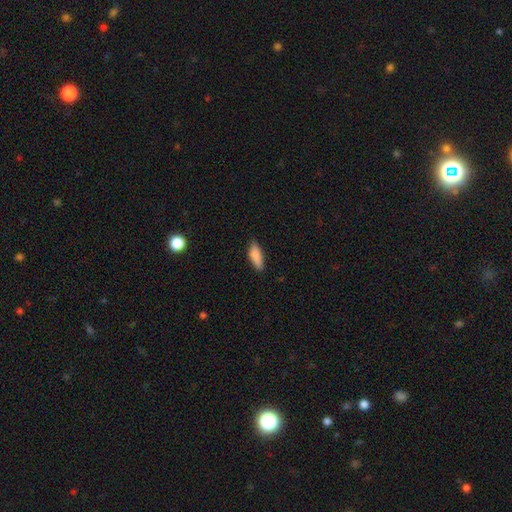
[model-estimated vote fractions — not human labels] The model was most divided on "how rounded": in between: 64%, cigar-shaped: 34%, round: 2%. More confident: smooth or featured — smooth (86%); merging — none (81%).